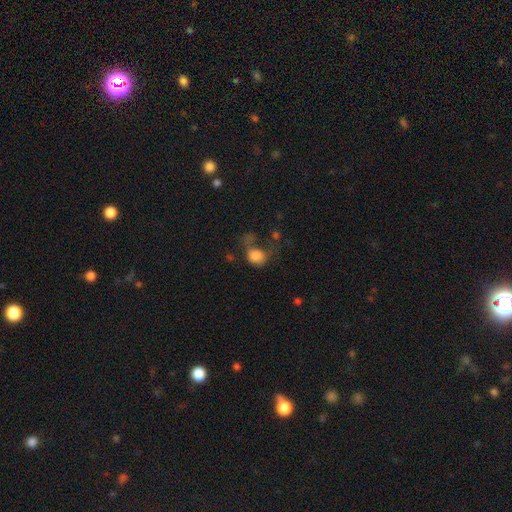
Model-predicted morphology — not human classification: smooth-or-featured: smooth: 78% | featured or disk: 12% | star or artifact: 11%
  how-rounded: round: 61% | in between: 38% | cigar-shaped: 1%
  merging: major disturbance: 41% | none: 27% | minor disturbance: 20% | merger: 13%